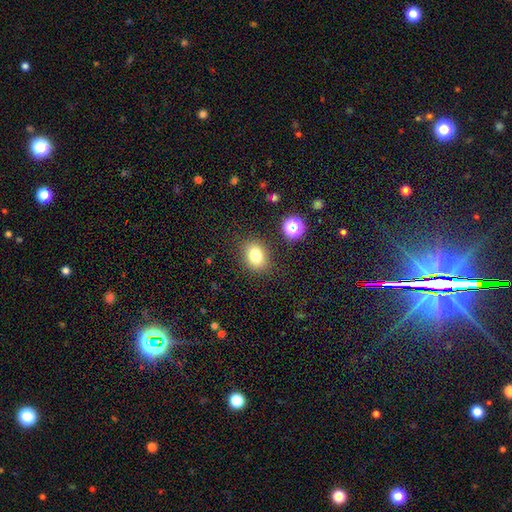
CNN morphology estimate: Smooth or featured: smooth — 79% (star or artifact — 13%)
How rounded: in between — 58% (round — 41%)
Merging: none — 83% (minor disturbance — 11%)